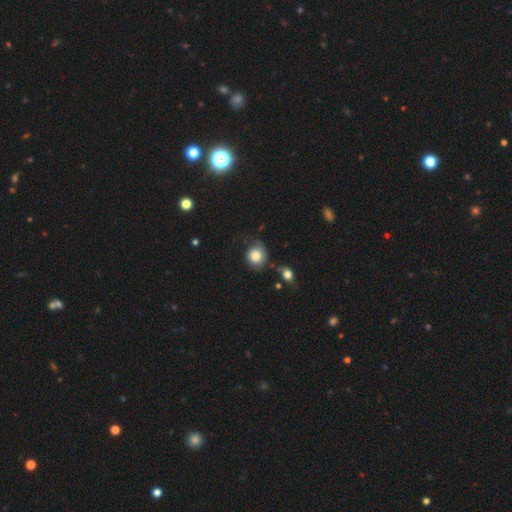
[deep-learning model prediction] Overall: smooth (79%). How rounded: round (82%). Merging: none (51%; minor disturbance 28%).